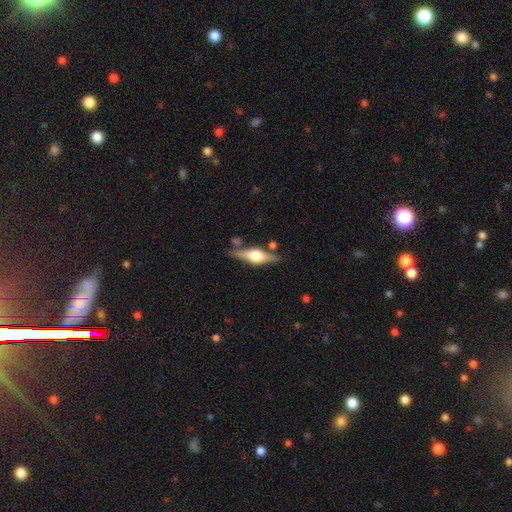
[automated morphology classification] Smooth or featured?
  - featured or disk: 74% *
  - smooth: 20%
  - star or artifact: 6%
Edge-on disk?
  - yes: 97% *
  - no: 3%
Edge-on bulge?
  - rounded: 92% *
  - boxy: 6%
  - none: 1%
Merging?
  - none: 79% *
  - minor disturbance: 12%
  - merger: 6%
  - major disturbance: 3%